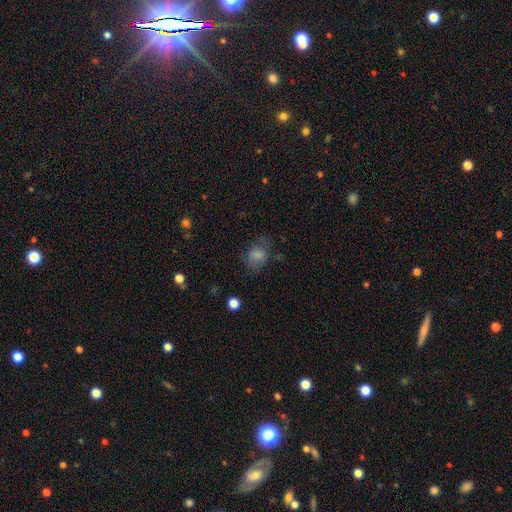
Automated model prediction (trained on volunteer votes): A smooth galaxy with no disk features (60%) that is in between round and cigar-shaped (54%). Merging: none (63%).